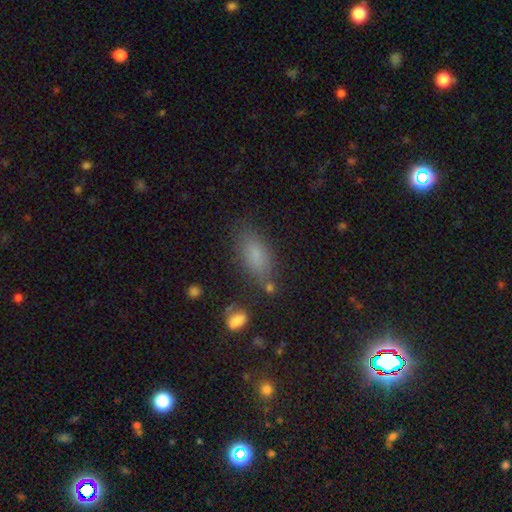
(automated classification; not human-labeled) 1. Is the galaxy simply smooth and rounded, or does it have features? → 81% smooth, 10% star or artifact, 9% featured or disk.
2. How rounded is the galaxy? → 83% in between, 13% cigar-shaped, 4% round.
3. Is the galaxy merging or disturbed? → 74% none, 16% minor disturbance, 5% major disturbance, 5% merger.